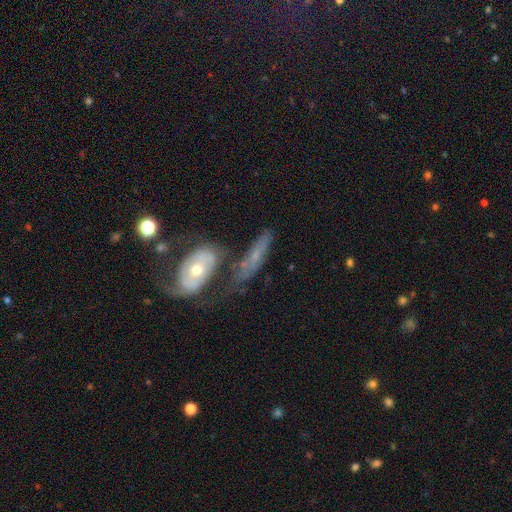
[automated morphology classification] Smooth or featured? Predicted: featured or disk (p=0.53). Edge-on disk? Predicted: no (p=0.64). Merging? Predicted: none (p=0.46).